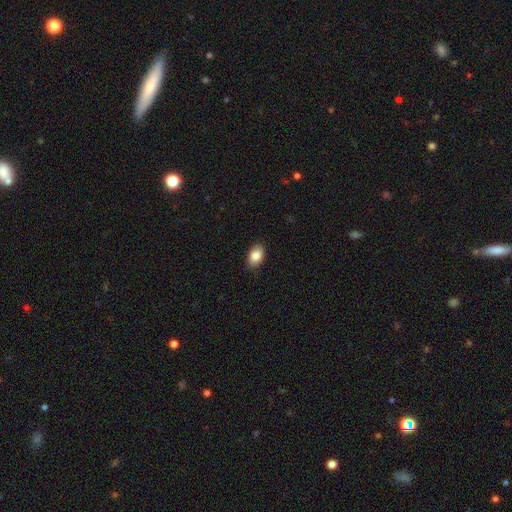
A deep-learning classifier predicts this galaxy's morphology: Smooth or featured? Predicted: smooth (p=0.86). How rounded? Predicted: in between (p=0.87). Merging? Predicted: none (p=0.86).